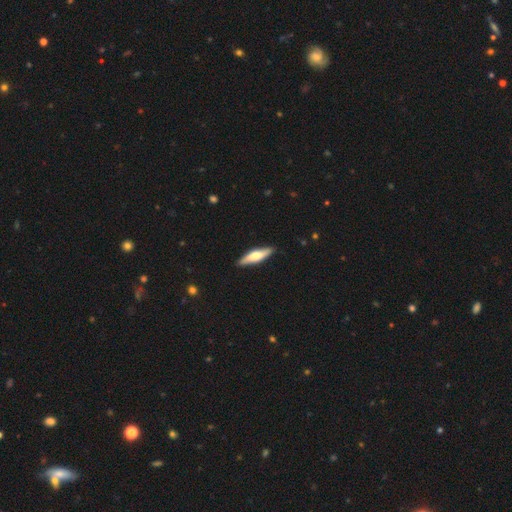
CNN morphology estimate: Smooth or featured: smooth — 50% (featured or disk — 45%)
Merging: none — 88% (minor disturbance — 9%)